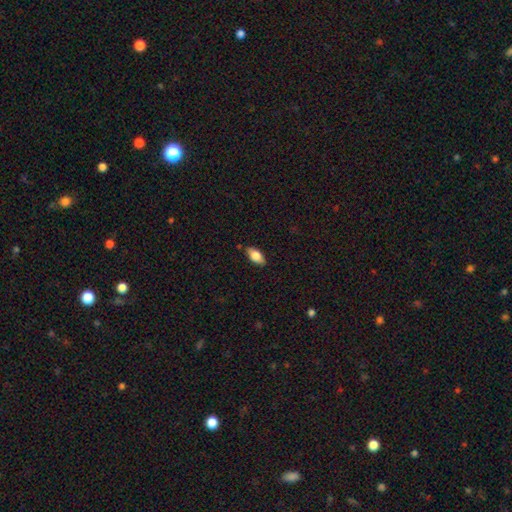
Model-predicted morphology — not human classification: A smooth galaxy with no disk features (78%) that is in between round and cigar-shaped (89%). Merging: none (84%).